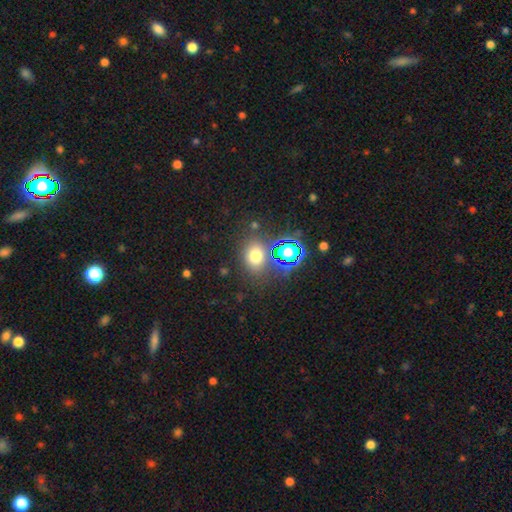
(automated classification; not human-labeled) smooth_or_featured: smooth (p=0.66) [alt: star or artifact p=0.25]
how_rounded: round (p=0.51) [alt: in between p=0.48]
merging: none (p=0.76) [alt: minor disturbance p=0.11]